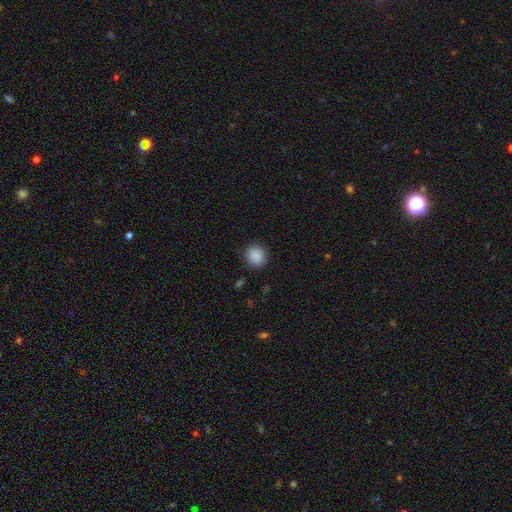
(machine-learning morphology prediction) type=smooth (89%); roundness=round (86%); merging=none (89%).